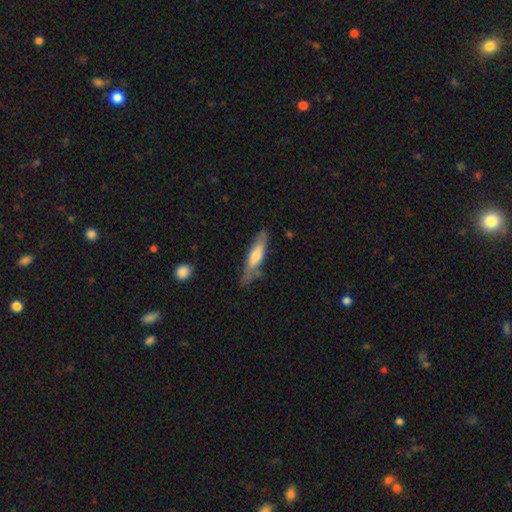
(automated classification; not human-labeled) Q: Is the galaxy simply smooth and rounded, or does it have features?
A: smooth — 57%.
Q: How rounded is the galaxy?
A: cigar-shaped — 73%.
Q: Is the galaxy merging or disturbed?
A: none — 68%.